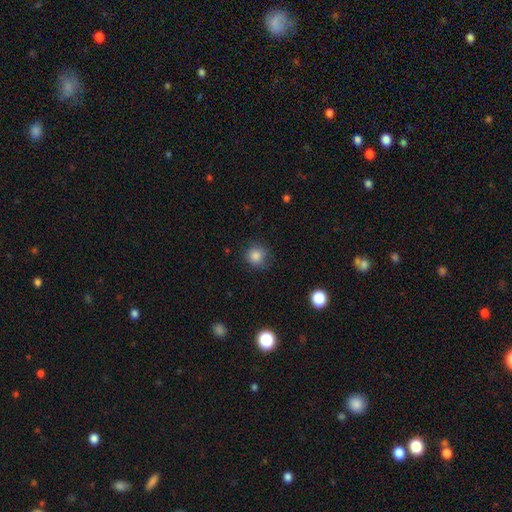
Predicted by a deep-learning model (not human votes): Smooth or featured?
  - smooth: 85% *
  - star or artifact: 11%
  - featured or disk: 4%
How rounded?
  - round: 91% *
  - in between: 8%
  - cigar-shaped: 1%
Merging?
  - none: 82% *
  - minor disturbance: 13%
  - major disturbance: 4%
  - merger: 1%